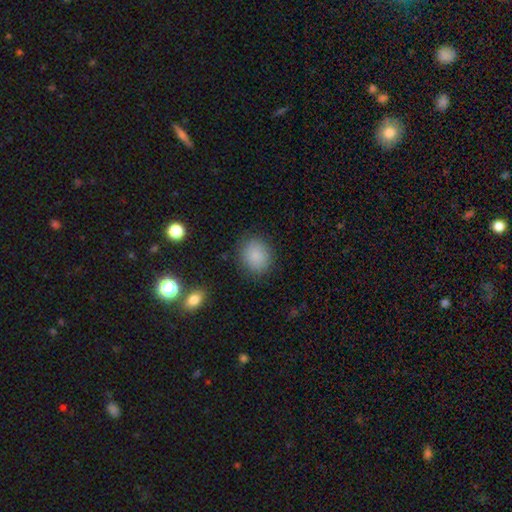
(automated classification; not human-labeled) The model was most divided on "how rounded": round: 67%, in between: 32%, cigar-shaped: 1%. More confident: smooth or featured — smooth (85%); merging — none (85%).